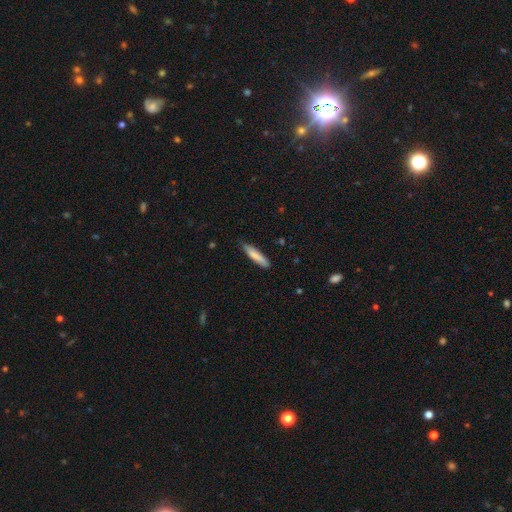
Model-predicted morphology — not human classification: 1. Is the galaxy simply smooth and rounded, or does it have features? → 81% smooth, 13% featured or disk, 6% star or artifact.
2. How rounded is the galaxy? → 86% cigar-shaped, 12% in between, 1% round.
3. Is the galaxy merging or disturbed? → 82% none, 15% minor disturbance, 2% major disturbance, 1% merger.